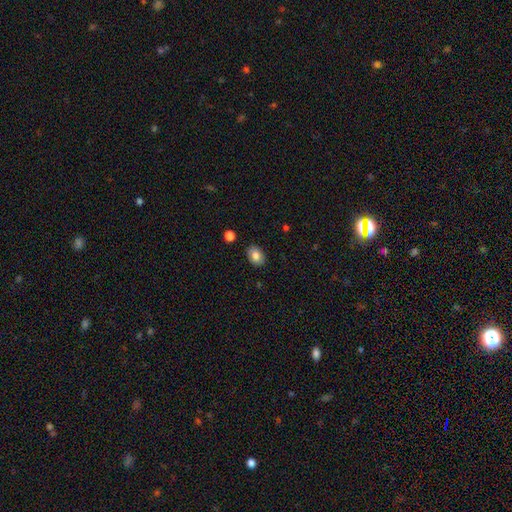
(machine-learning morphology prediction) This appears to be a smooth galaxy with no disk features (81%) that is in between round and cigar-shaped (73%). Merging: none (87%).